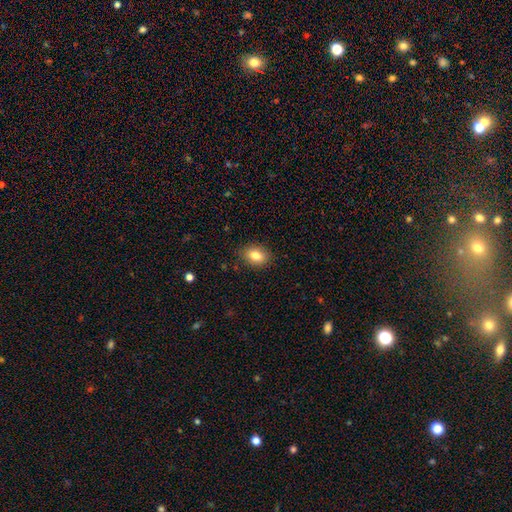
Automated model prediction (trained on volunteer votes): Smooth or featured? smooth (83%)
How rounded? in between (76%)
Merging? none (86%)